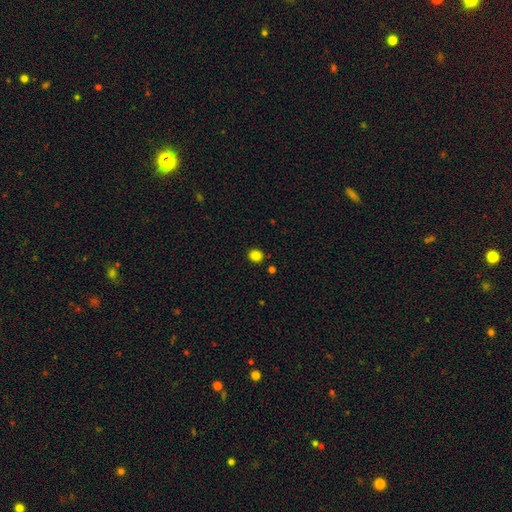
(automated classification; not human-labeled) Q: Smooth or featured?
A: smooth (85%); runner-up: star or artifact (12%)
Q: How rounded?
A: round (76%); runner-up: in between (23%)
Q: Merging?
A: none (89%); runner-up: minor disturbance (7%)